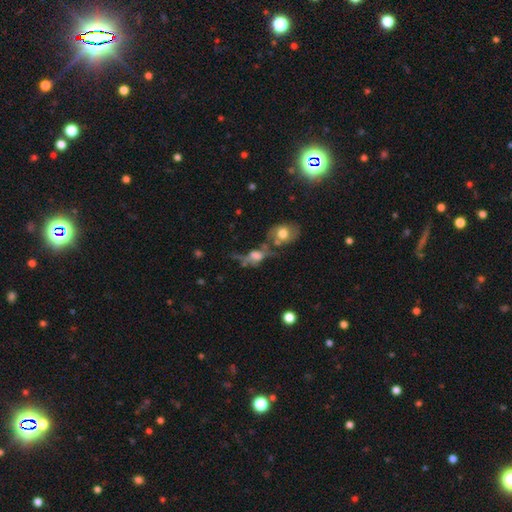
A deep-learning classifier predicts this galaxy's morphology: Q: Smooth or featured?
A: smooth (44%); runner-up: featured or disk (41%)
Q: Merging?
A: merger (40%); runner-up: none (25%)